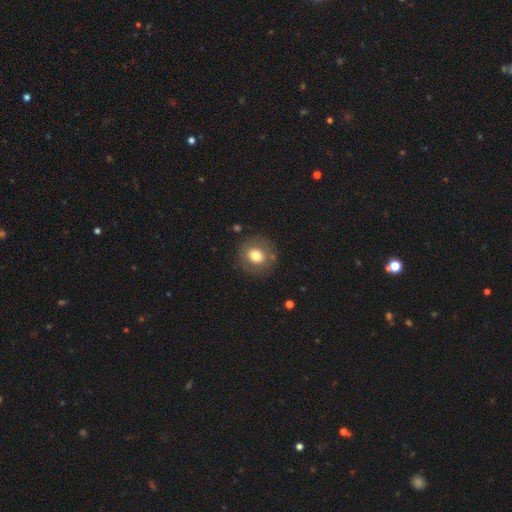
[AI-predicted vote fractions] A smooth galaxy with no disk features (69%) that is round (85%). Merging: none (83%).